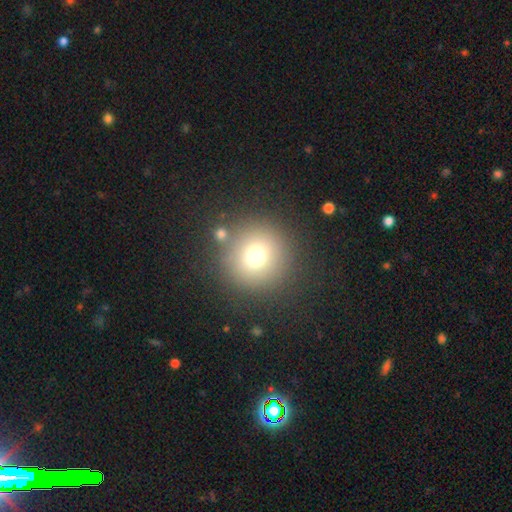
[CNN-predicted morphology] smooth_or_featured: smooth (p=0.73) [alt: star or artifact p=0.16]
how_rounded: round (p=0.95) [alt: in between p=0.04]
merging: none (p=0.84) [alt: minor disturbance p=0.07]